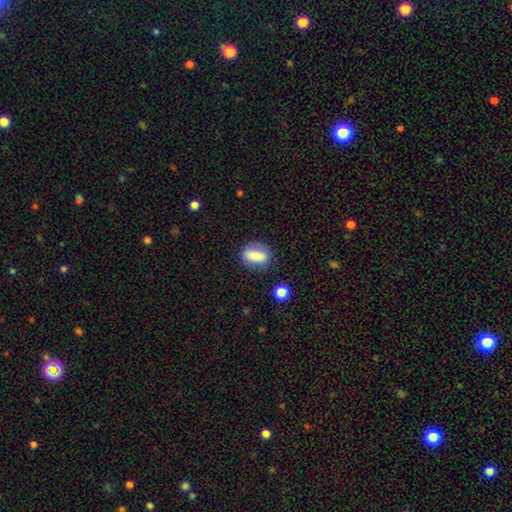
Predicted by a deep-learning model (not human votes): Smooth or featured: smooth — 72% (featured or disk — 20%)
How rounded: in between — 73% (round — 21%)
Merging: none — 79% (minor disturbance — 14%)